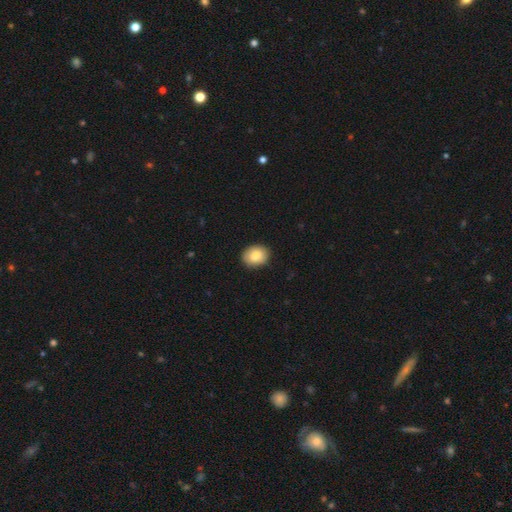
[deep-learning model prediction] This appears to be a smooth galaxy with no disk features (83%) that is in between round and cigar-shaped (58%). Merging: none (87%).